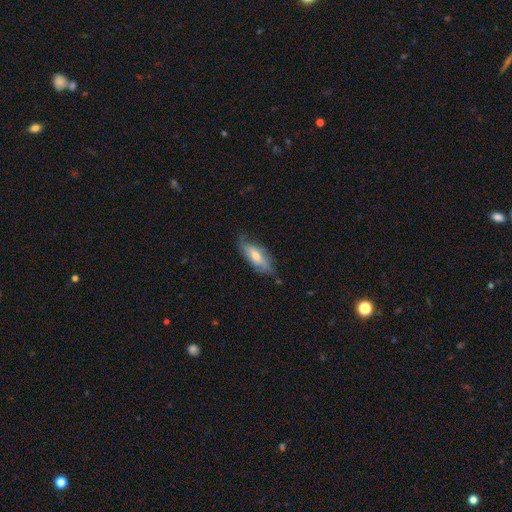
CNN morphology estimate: smooth-or-featured: smooth: 47% (tied) | featured or disk: 47% (tied) | star or artifact: 7%
  merging: none: 63% | minor disturbance: 28% | major disturbance: 7% | merger: 2%